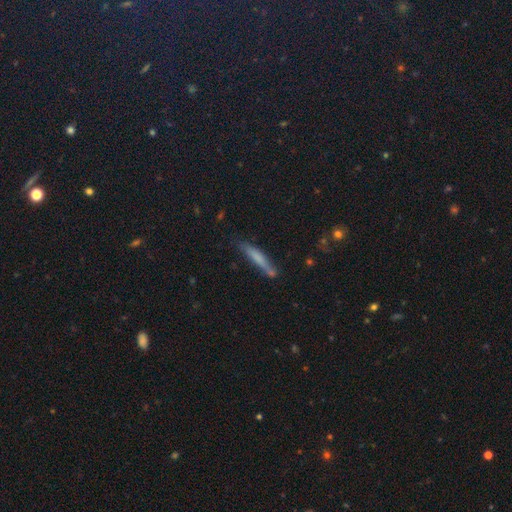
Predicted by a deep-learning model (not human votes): Smooth or featured: smooth — 59% (featured or disk — 32%)
How rounded: cigar-shaped — 93% (in between — 6%)
Merging: none — 71% (minor disturbance — 19%)